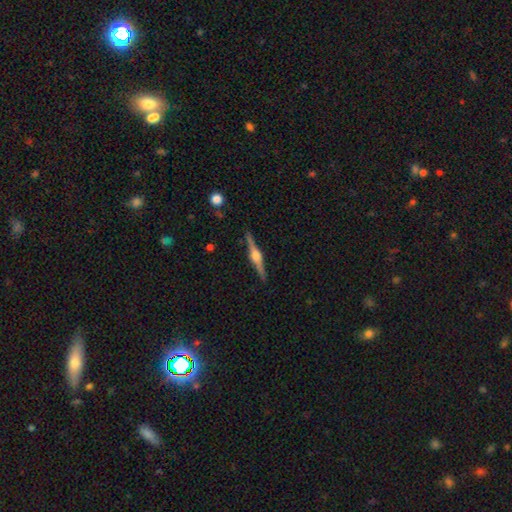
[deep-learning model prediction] smooth_or_featured: featured or disk (p=0.84) [alt: smooth p=0.10]
disk_edge_on: yes (p=0.98) [alt: no p=0.02]
edge_on_bulge: rounded (p=0.91) [alt: boxy p=0.07]
merging: none (p=0.91) [alt: minor disturbance p=0.07]